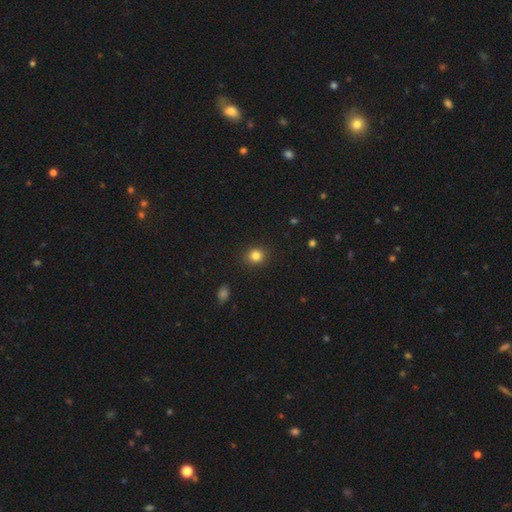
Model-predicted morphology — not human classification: type=smooth (83%); roundness=round (82%); merging=none (90%).